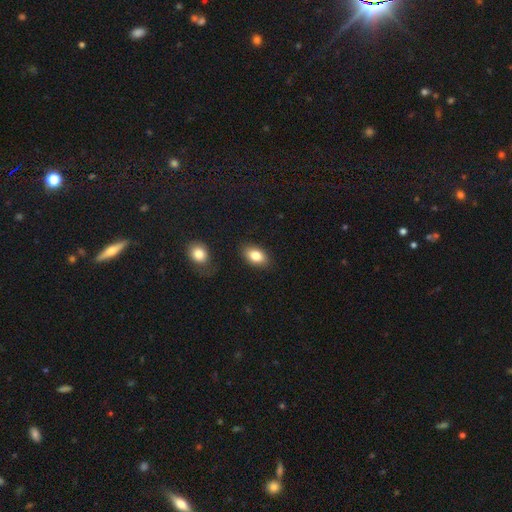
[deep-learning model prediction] Smooth or featured?
  - smooth: 82% *
  - featured or disk: 10%
  - star or artifact: 8%
How rounded?
  - in between: 89% *
  - round: 9%
  - cigar-shaped: 2%
Merging?
  - none: 85% *
  - minor disturbance: 10%
  - major disturbance: 3%
  - merger: 2%